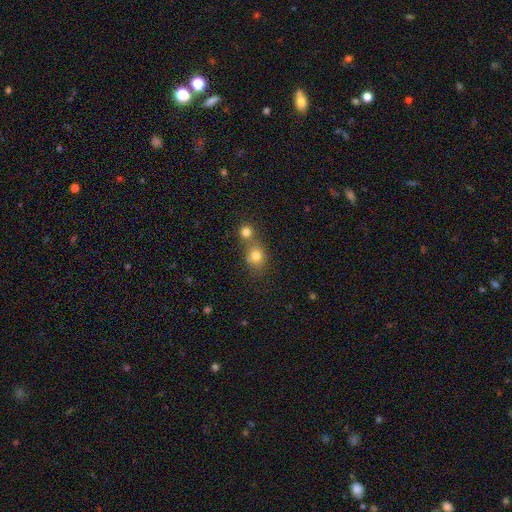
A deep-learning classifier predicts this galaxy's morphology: Q: Smooth or featured?
A: smooth (78%); runner-up: star or artifact (13%)
Q: How rounded?
A: round (73%); runner-up: in between (26%)
Q: Merging?
A: none (46%); runner-up: merger (42%)